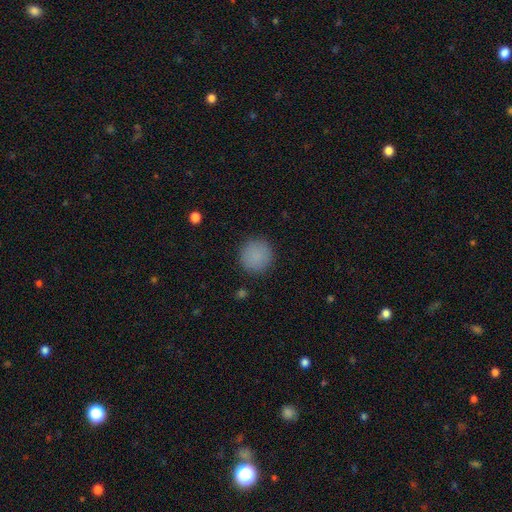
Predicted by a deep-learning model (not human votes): Smooth or featured: smooth — 87% (star or artifact — 9%)
How rounded: round — 94% (in between — 5%)
Merging: none — 89% (minor disturbance — 7%)